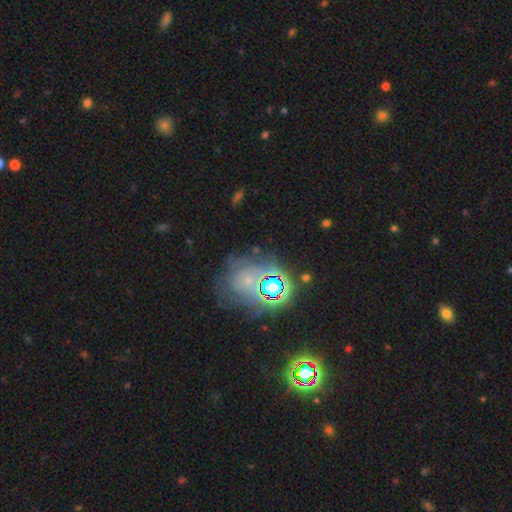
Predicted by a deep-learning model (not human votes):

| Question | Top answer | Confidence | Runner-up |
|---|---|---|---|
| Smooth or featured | star or artifact | 63% | featured or disk (19%) |